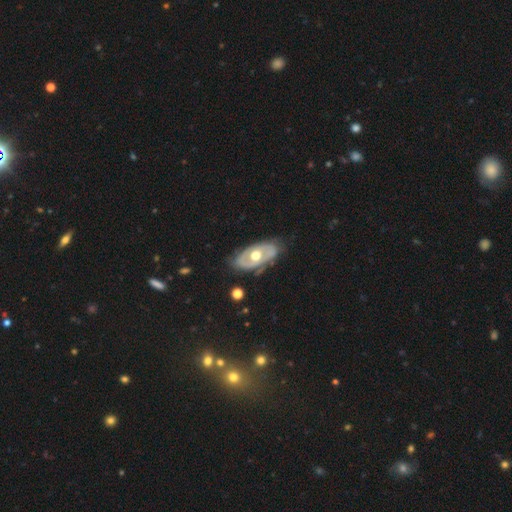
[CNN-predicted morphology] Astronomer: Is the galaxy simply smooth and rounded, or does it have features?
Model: featured or disk — 73%.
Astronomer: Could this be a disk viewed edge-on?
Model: no — 90%.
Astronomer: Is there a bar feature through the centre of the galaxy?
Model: no — 81%.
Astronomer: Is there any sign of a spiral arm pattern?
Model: yes — 52% (runner-up: no, 48%).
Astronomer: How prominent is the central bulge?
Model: moderate — 75%.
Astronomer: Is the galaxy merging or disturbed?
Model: none — 73%.